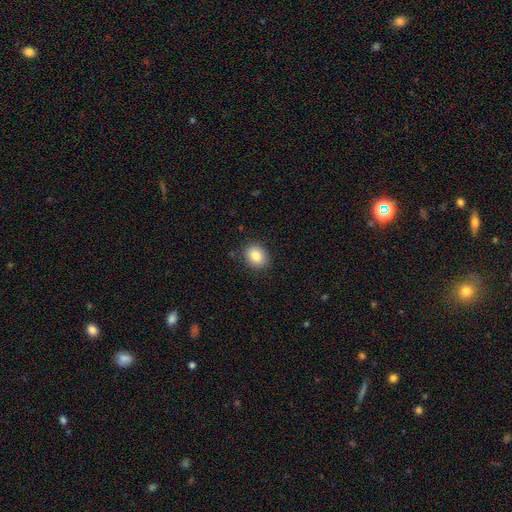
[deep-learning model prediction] Overall: smooth (84%). How rounded: in between (50%; round 49%). Merging: none (86%).